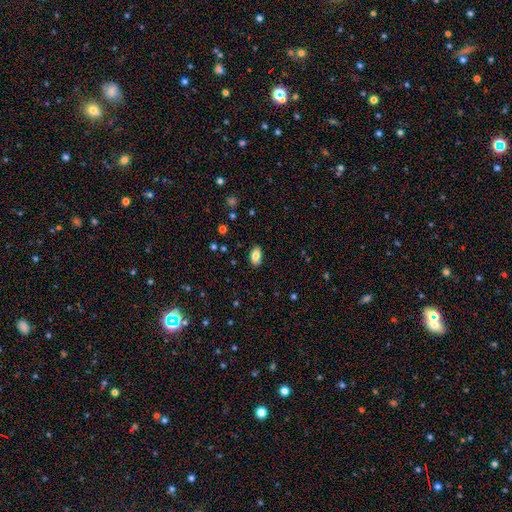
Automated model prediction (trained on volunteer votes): This appears to be a smooth galaxy with no disk features (82%) that is in between round and cigar-shaped (92%). Merging: none (87%).